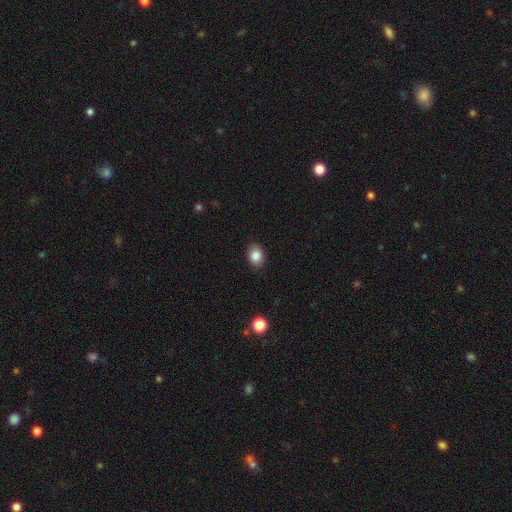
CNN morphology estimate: A smooth galaxy with no disk features (86%) that is in between round and cigar-shaped (55%). Merging: none (88%).